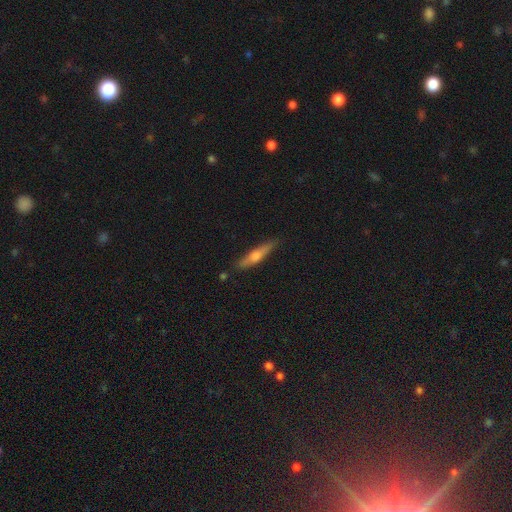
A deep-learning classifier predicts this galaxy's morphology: smooth_or_featured: featured or disk (p=0.56) [alt: smooth p=0.37]
disk_edge_on: yes (p=0.95) [alt: no p=0.05]
edge_on_bulge: rounded (p=0.88) [alt: none p=0.07]
merging: none (p=0.86) [alt: minor disturbance p=0.11]